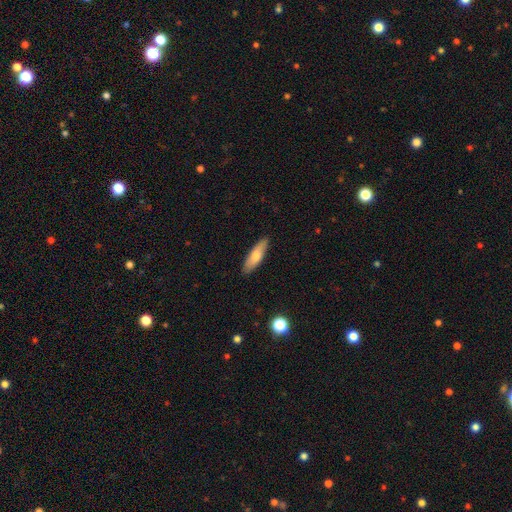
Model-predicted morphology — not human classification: Q: Smooth or featured?
A: smooth (74%); runner-up: featured or disk (20%)
Q: How rounded?
A: cigar-shaped (59%); runner-up: in between (39%)
Q: Merging?
A: none (87%); runner-up: minor disturbance (10%)